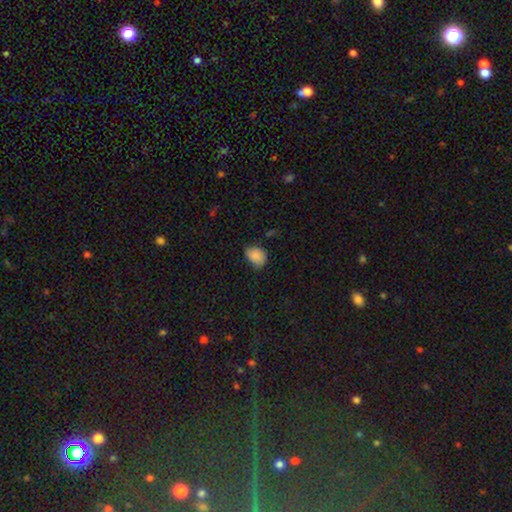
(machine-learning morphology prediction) smooth 82%, featured or disk 9%, star or artifact 9%. Down the decision tree: how rounded — in between (58%); merging — none (49%).